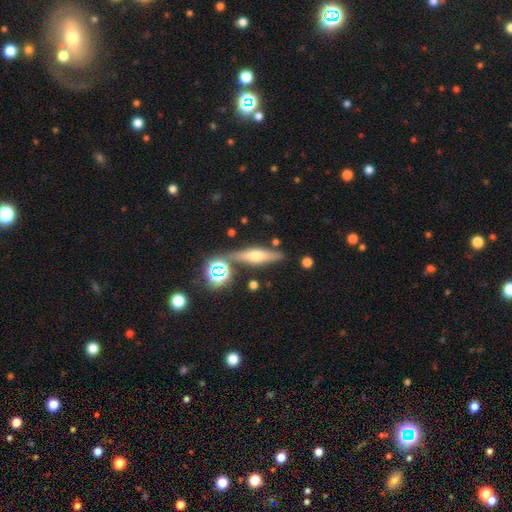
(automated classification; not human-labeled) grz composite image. It shows a featured or disk galaxy (61%) viewed edge-on (93%) with a rounded central bulge (91%). Merging: none (80%).